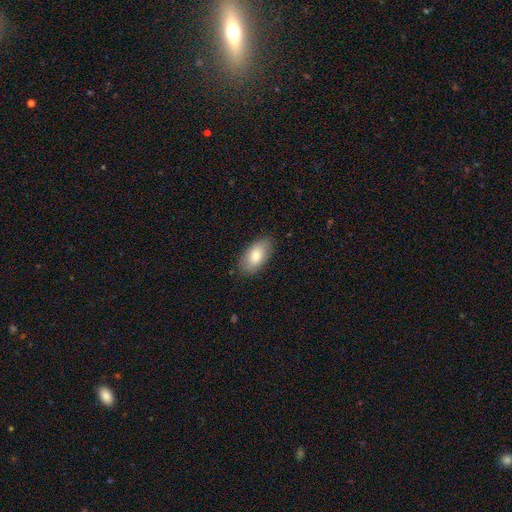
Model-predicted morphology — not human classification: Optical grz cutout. It shows a smooth galaxy with no disk features (79%) that is in between round and cigar-shaped (93%). Merging: none (85%).